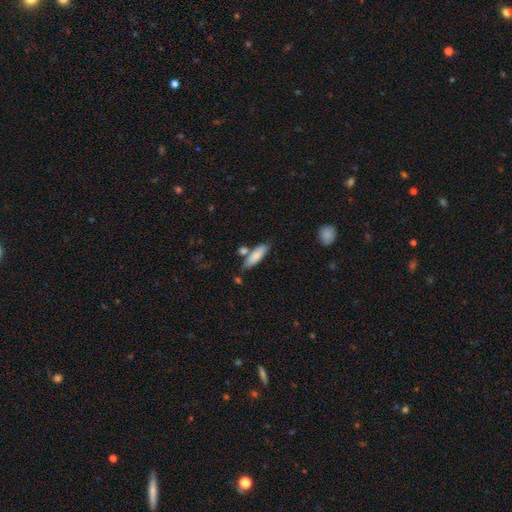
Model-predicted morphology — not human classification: type=smooth (83%); roundness=in between (51%); merging=none (71%).